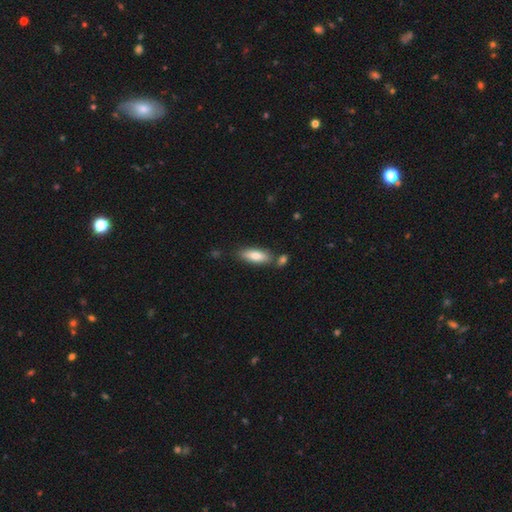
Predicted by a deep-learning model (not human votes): Smooth or featured? smooth (77%)
How rounded? in between (68%)
Merging? none (71%)